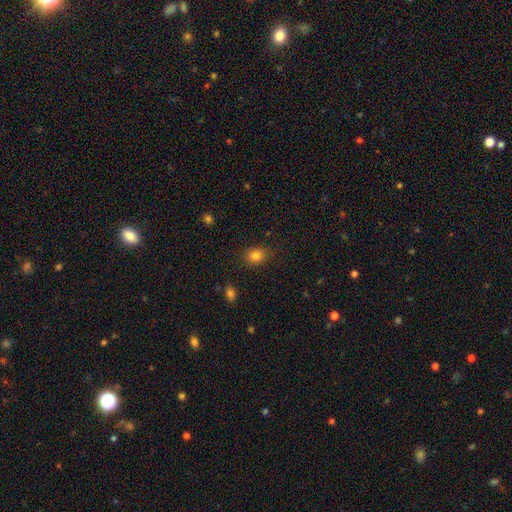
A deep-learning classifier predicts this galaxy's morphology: Smooth or featured? smooth (82%)
How rounded? round (55%)
Merging? none (84%)